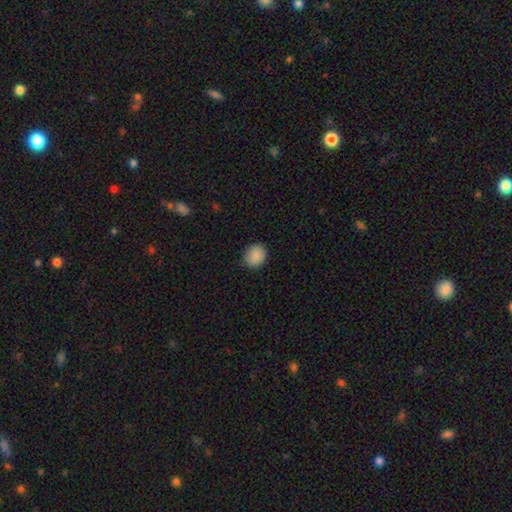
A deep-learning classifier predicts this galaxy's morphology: A smooth galaxy with no disk features (89%) that is round (64%). Merging: none (82%).